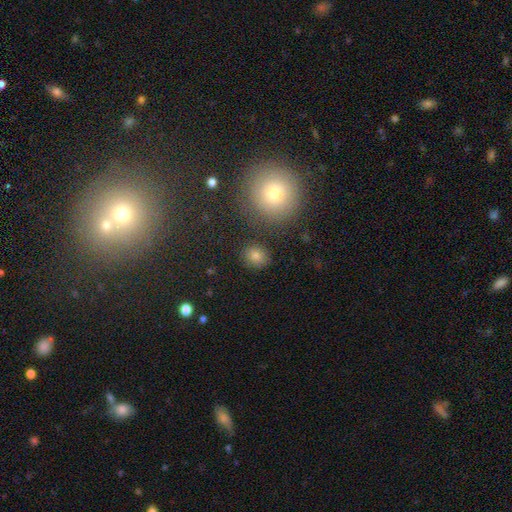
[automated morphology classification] Smooth or featured? Predicted: smooth (p=0.80). How rounded? Predicted: round (p=0.72). Merging? Predicted: none (p=0.86).